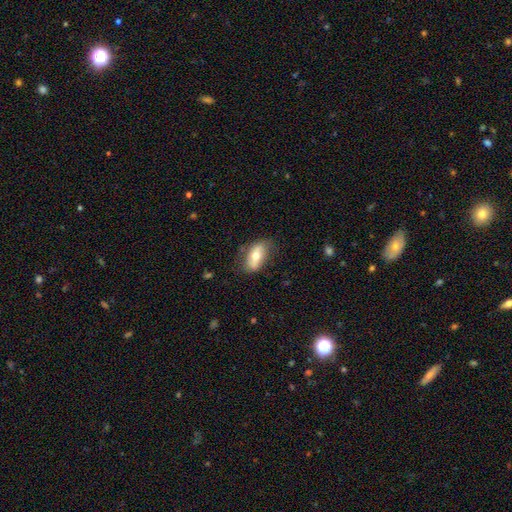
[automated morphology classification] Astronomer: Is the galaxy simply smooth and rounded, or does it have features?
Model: smooth — 59% (runner-up: featured or disk, 34%).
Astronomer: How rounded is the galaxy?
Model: in between — 88%.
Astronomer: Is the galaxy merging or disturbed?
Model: none — 69%.